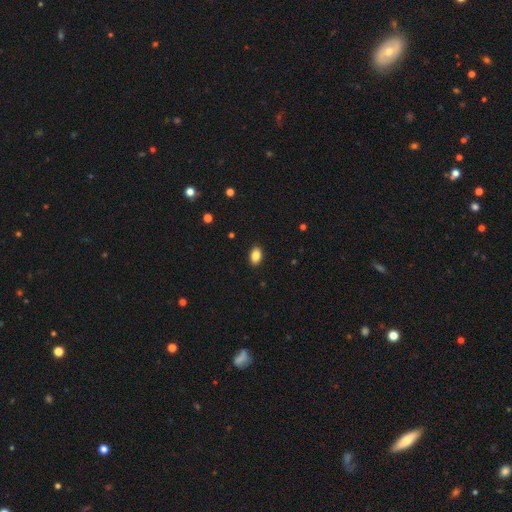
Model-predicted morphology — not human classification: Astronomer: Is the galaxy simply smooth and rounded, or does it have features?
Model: smooth — 86%.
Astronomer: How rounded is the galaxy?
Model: in between — 87%.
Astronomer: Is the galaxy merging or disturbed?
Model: none — 90%.